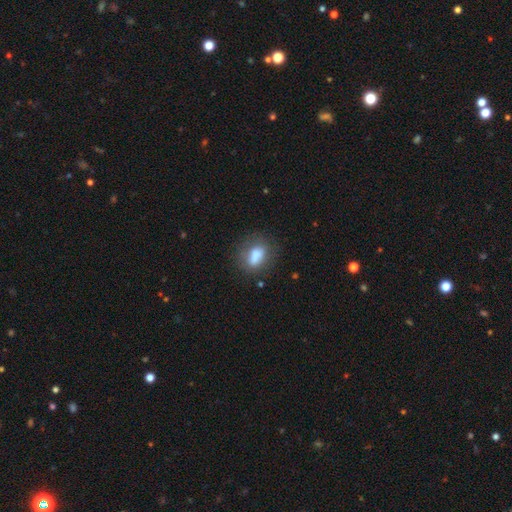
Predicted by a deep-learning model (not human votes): Smooth or featured?
  - smooth: 75% *
  - featured or disk: 15%
  - star or artifact: 10%
How rounded?
  - in between: 73% *
  - round: 20%
  - cigar-shaped: 6%
Merging?
  - none: 63% *
  - minor disturbance: 21%
  - major disturbance: 10%
  - merger: 6%